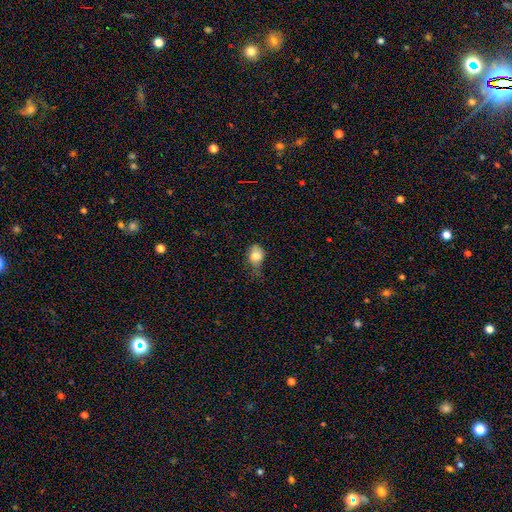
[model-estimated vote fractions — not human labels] smooth_or_featured: smooth (p=0.79) [alt: featured or disk p=0.12]
how_rounded: in between (p=0.62) [alt: round p=0.37]
merging: minor disturbance (p=0.42) [alt: none p=0.31]